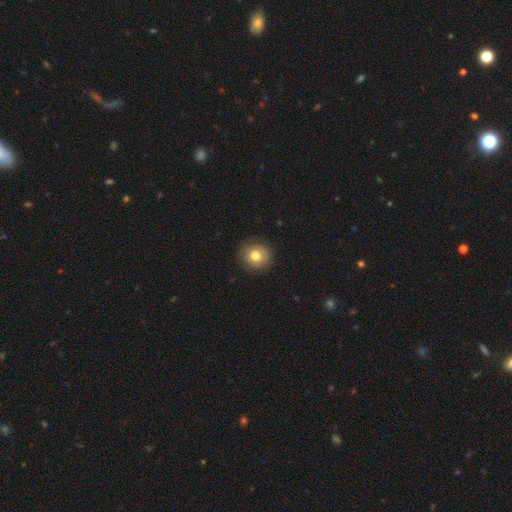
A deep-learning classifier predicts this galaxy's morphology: The model was most divided on "smooth or featured": smooth: 78%, featured or disk: 12%, star or artifact: 10%. More confident: how rounded — round (91%); merging — none (89%).